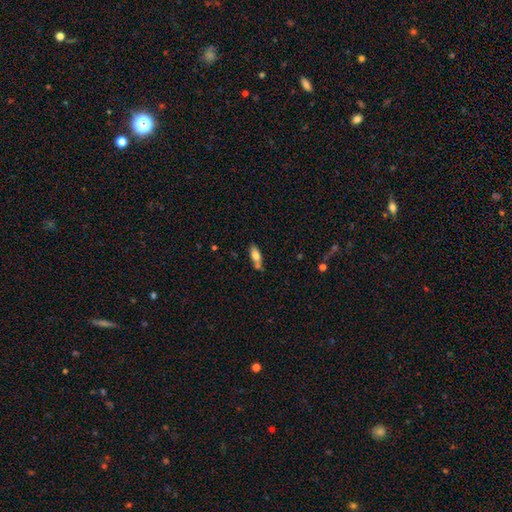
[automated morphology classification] Smooth or featured? Predicted: smooth (p=0.72). How rounded? Predicted: in between (p=0.71). Merging? Predicted: none (p=0.57).